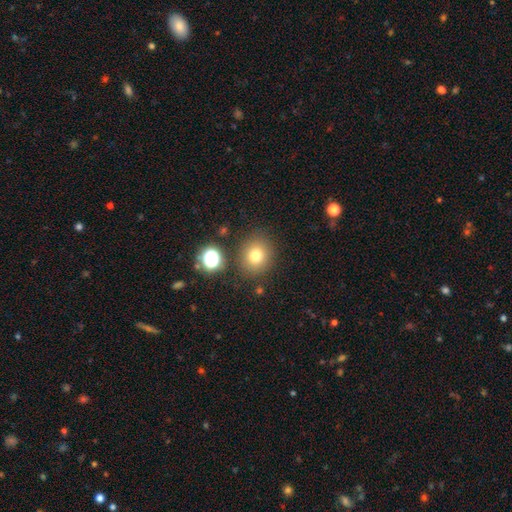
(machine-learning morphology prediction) smooth 77%, star or artifact 14%, featured or disk 9%. Down the decision tree: how rounded — round (80%); merging — none (83%).